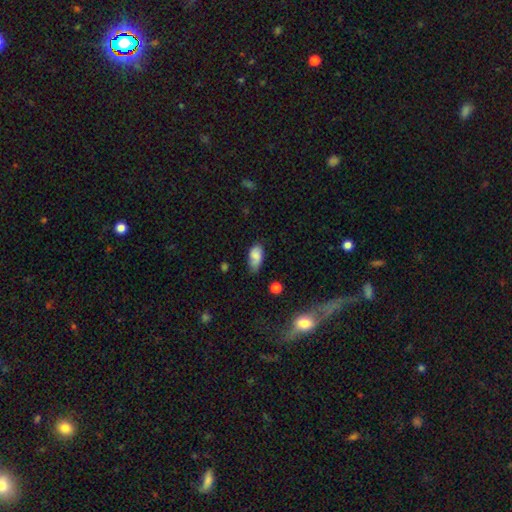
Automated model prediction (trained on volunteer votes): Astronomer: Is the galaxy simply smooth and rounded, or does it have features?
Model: smooth — 76%.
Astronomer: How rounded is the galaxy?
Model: in between — 90%.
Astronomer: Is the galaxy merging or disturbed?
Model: none — 53% (runner-up: minor disturbance, 34%).